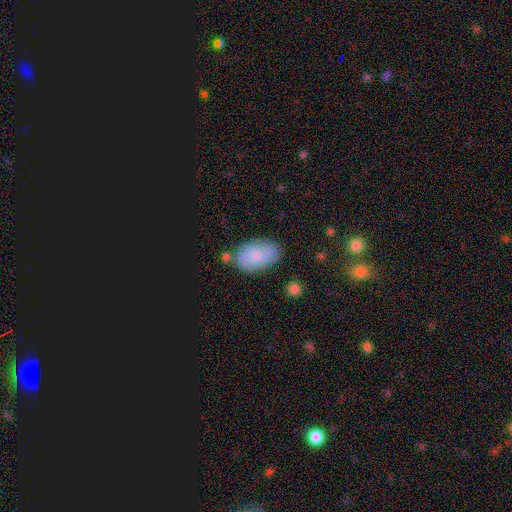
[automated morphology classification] The model was most divided on "smooth or featured": smooth: 67%, featured or disk: 25%, star or artifact: 9%. More confident: how rounded — in between (91%); merging — none (70%).